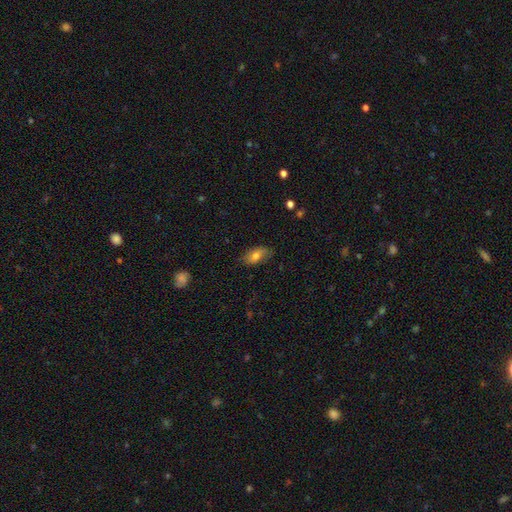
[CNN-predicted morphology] Q: Smooth or featured?
A: smooth (72%); runner-up: featured or disk (20%)
Q: How rounded?
A: in between (89%); runner-up: cigar-shaped (6%)
Q: Merging?
A: none (78%); runner-up: minor disturbance (17%)